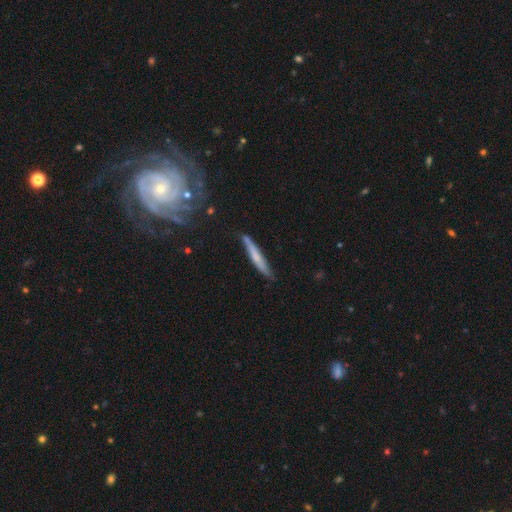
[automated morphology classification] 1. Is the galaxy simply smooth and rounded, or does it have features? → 54% smooth, 40% featured or disk, 6% star or artifact.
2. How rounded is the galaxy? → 94% cigar-shaped, 4% in between, 2% round.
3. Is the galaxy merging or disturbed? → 78% none, 16% minor disturbance, 3% merger, 3% major disturbance.